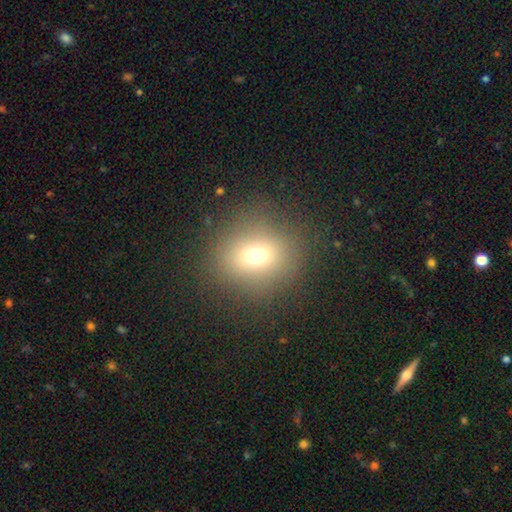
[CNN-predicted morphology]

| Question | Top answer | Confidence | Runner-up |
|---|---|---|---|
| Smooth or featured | smooth | 69% | star or artifact (18%) |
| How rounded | round | 80% | in between (19%) |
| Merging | none | 84% | minor disturbance (9%) |